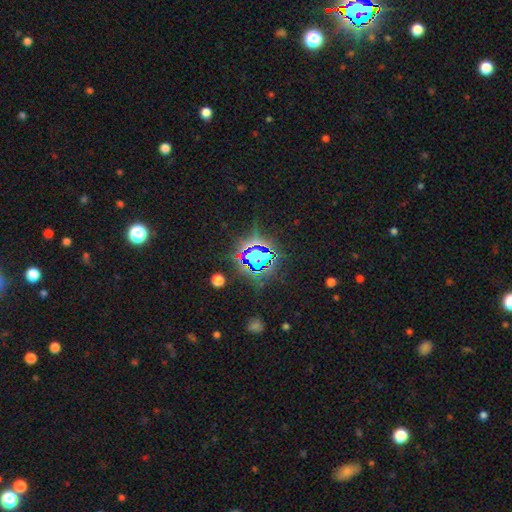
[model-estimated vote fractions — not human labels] This appears to be a star or artifact, not a galaxy (71%).